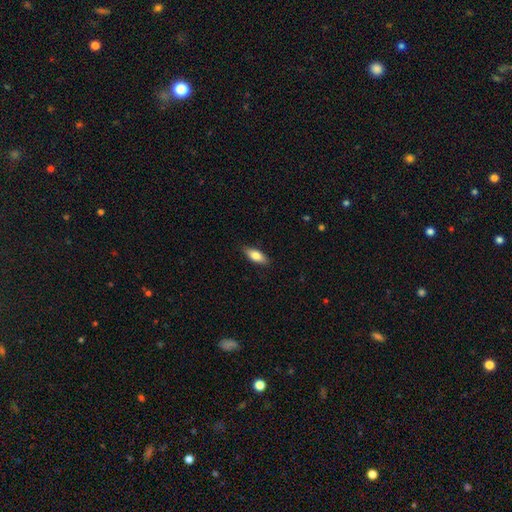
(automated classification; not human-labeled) Smooth or featured? smooth (79%)
How rounded? in between (77%)
Merging? none (86%)